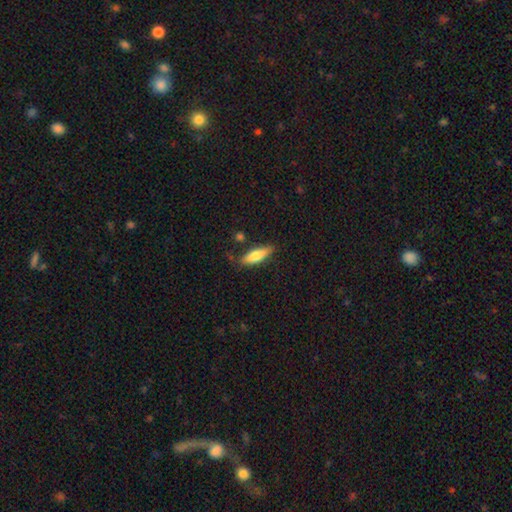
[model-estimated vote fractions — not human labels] A smooth galaxy with no disk features (70%) that is cigar-shaped (59%). Merging: none (77%).